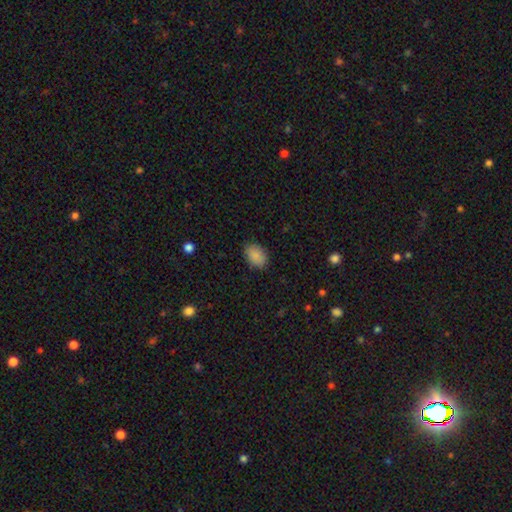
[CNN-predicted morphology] smooth-or-featured: smooth: 89% | star or artifact: 8% | featured or disk: 4%
  how-rounded: in between: 77% | round: 22% | cigar-shaped: 1%
  merging: none: 85% | minor disturbance: 11% | major disturbance: 3% | merger: 1%